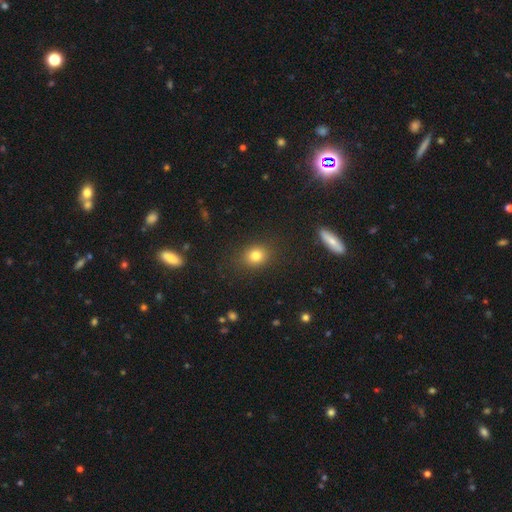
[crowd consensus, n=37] Volunteers were most divided on "how rounded": round: 77%, in between: 20%, cigar-shaped: 3%. More confident: merging — none (89%); smooth or featured — smooth (81%).